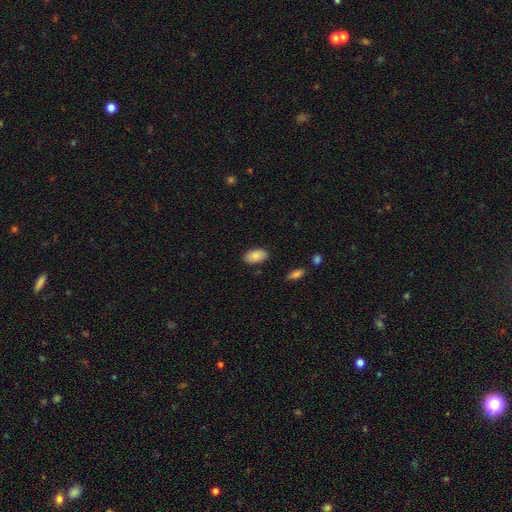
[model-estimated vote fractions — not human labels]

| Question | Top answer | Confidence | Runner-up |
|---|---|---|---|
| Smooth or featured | smooth | 85% | featured or disk (8%) |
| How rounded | in between | 94% | round (4%) |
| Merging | none | 85% | minor disturbance (11%) |